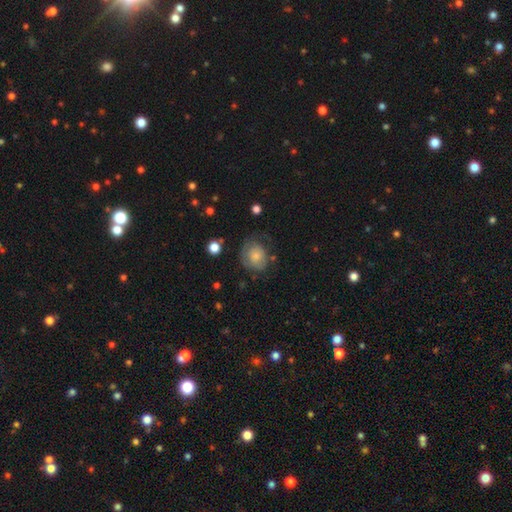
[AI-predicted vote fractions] Smooth or featured?
  - smooth: 66% *
  - featured or disk: 26%
  - star or artifact: 8%
How rounded?
  - round: 68% *
  - in between: 32%
  - cigar-shaped: 1%
Merging?
  - none: 50% *
  - minor disturbance: 28%
  - major disturbance: 19%
  - merger: 2%